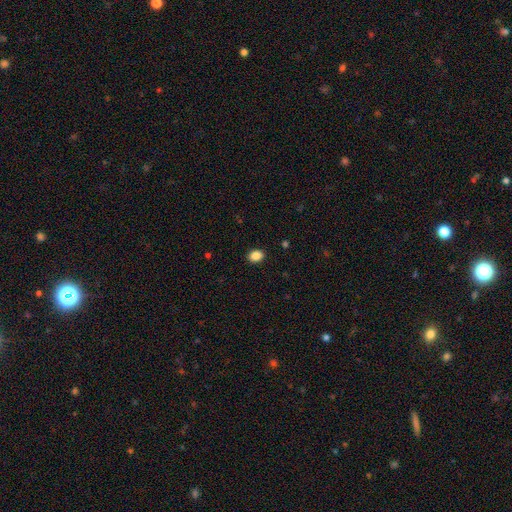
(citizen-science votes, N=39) Smooth or featured? smooth (90%)
How rounded? in between (54%)
Merging? none (89%)